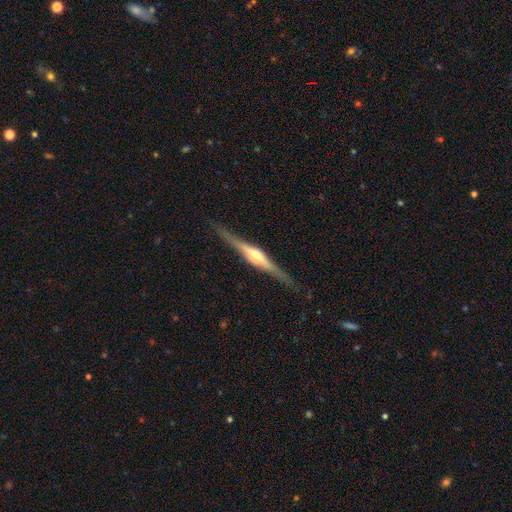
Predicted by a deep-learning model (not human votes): featured or disk 81%, smooth 14%, star or artifact 5%. Down the decision tree: edge-on disk — yes (98%); edge-on bulge — rounded (76%); merging — none (87%).